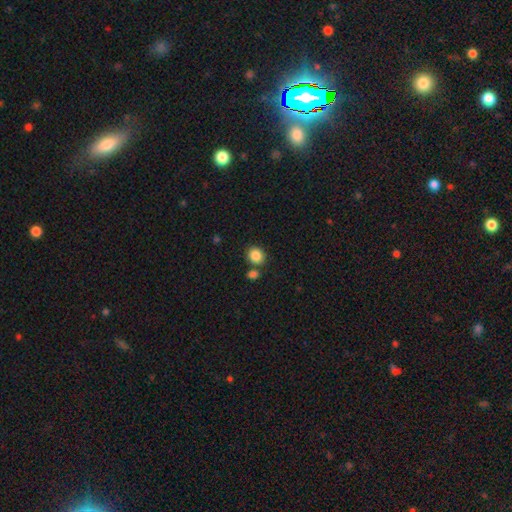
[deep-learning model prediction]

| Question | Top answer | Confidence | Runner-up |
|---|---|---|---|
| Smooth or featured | smooth | 86% | star or artifact (9%) |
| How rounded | round | 72% | in between (27%) |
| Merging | none | 73% | merger (15%) |